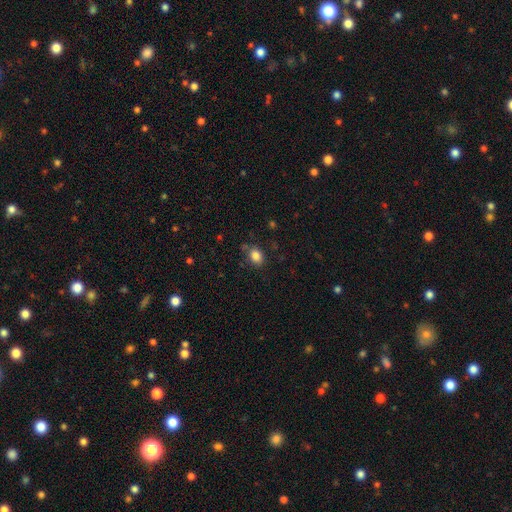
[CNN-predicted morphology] This appears to be a smooth galaxy with no disk features (84%) that is in between round and cigar-shaped (62%). Merging: none (77%).